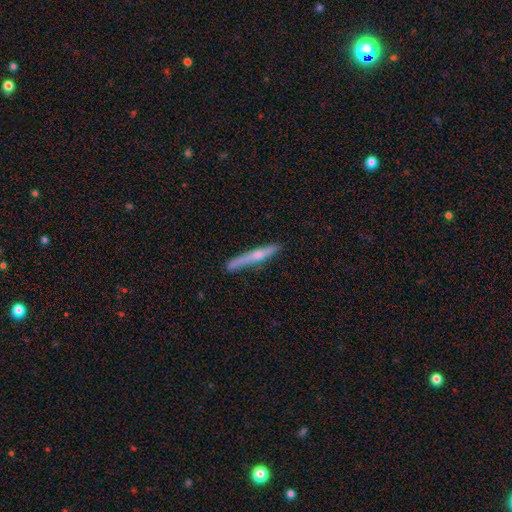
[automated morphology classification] This appears to be a featured or disk galaxy (56%) viewed edge-on (96%) with a rounded central bulge (73%). Merging: none (82%).